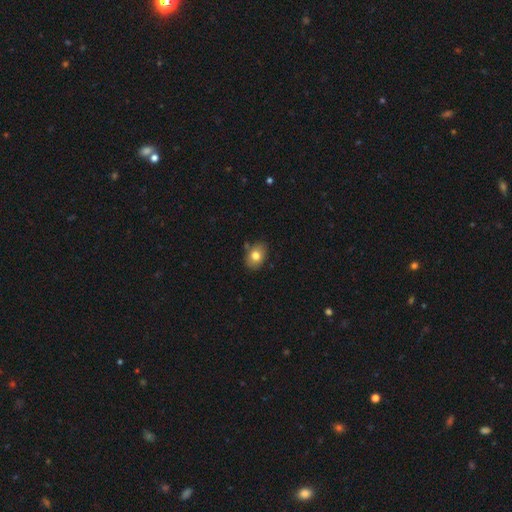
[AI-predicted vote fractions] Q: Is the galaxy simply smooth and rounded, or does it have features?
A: smooth — 79%.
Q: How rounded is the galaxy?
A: in between — 73%.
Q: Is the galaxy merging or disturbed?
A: none — 79%.